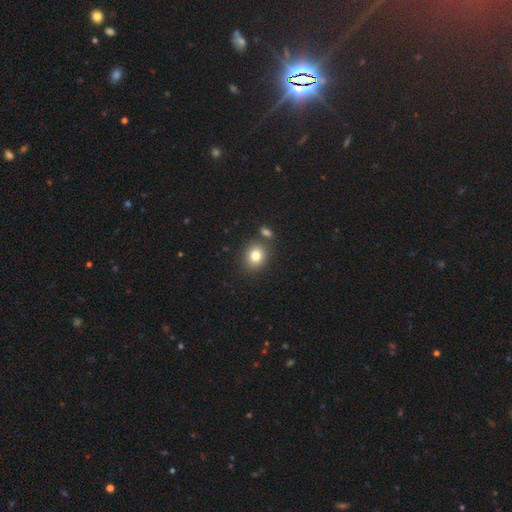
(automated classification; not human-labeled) smooth-or-featured: smooth: 80% | star or artifact: 11% | featured or disk: 9%
  how-rounded: round: 68% | in between: 31% | cigar-shaped: 1%
  merging: none: 75% | merger: 13% | minor disturbance: 10% | major disturbance: 3%